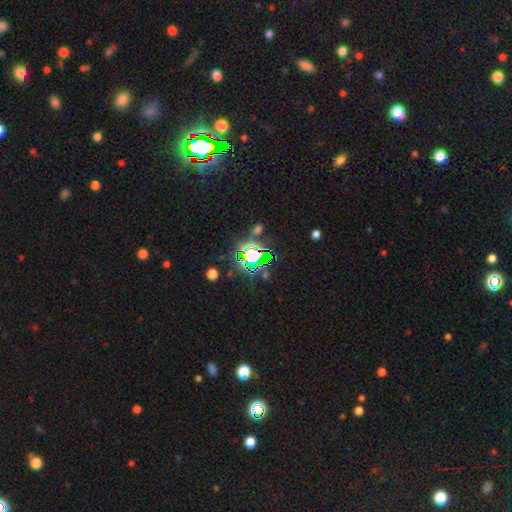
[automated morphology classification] A star or artifact, not a galaxy (73%).